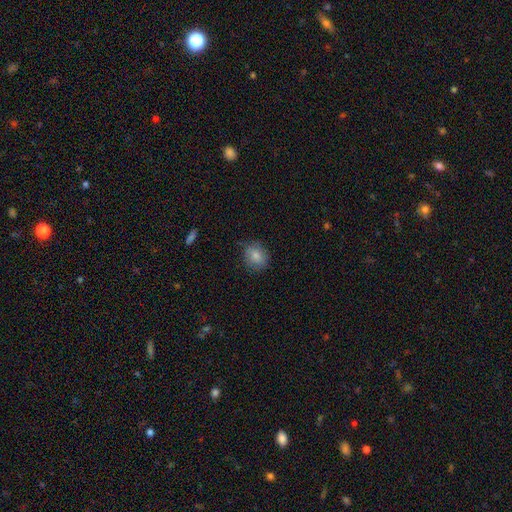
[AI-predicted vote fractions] smooth_or_featured: smooth (p=0.81) [alt: featured or disk p=0.10]
how_rounded: round (p=0.67) [alt: in between p=0.32]
merging: none (p=0.77) [alt: minor disturbance p=0.18]